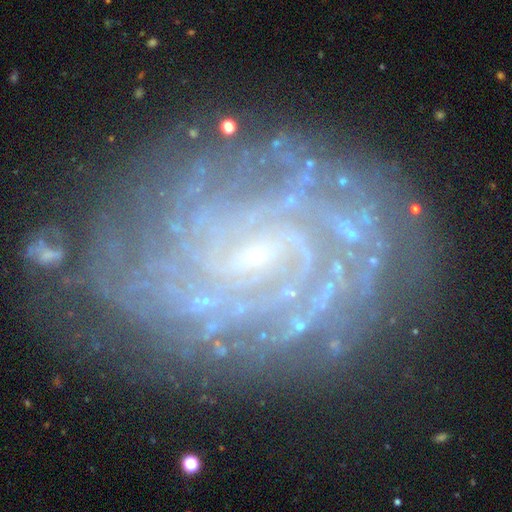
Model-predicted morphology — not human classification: featured or disk 87%, star or artifact 7%, smooth 6%. Down the decision tree: edge-on disk — no (97%); bar — weak (45%); spiral arms — yes (96%); spiral arm count — can't tell (30%); spiral winding — tight (74%); bulge size — small (81%); merging — none (74%).